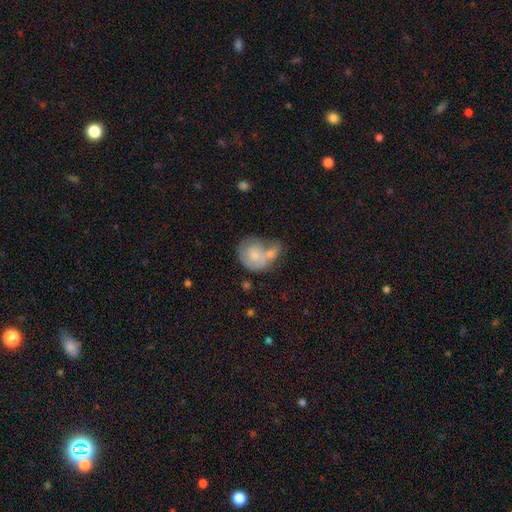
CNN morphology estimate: smooth-or-featured: smooth: 60% | featured or disk: 33% | star or artifact: 6%
  how-rounded: round: 65% | in between: 34% | cigar-shaped: 1%
  merging: merger: 53% | none: 23% | minor disturbance: 15% | major disturbance: 9%